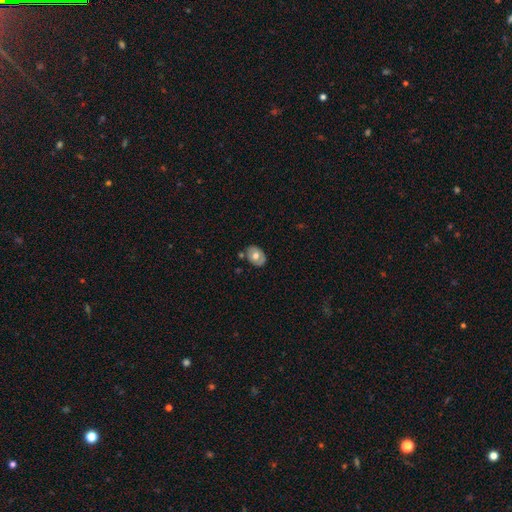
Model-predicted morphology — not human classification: Q: Smooth or featured?
A: smooth (56%); runner-up: featured or disk (38%)
Q: How rounded?
A: in between (72%); runner-up: round (27%)
Q: Merging?
A: none (77%); runner-up: minor disturbance (14%)